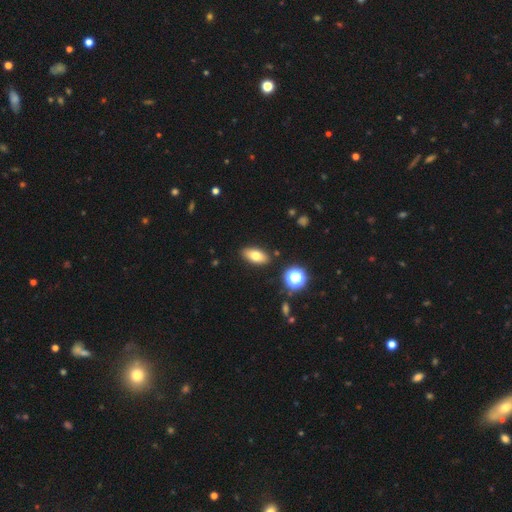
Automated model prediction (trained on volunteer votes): Smooth or featured? smooth (74%)
How rounded? in between (85%)
Merging? none (87%)